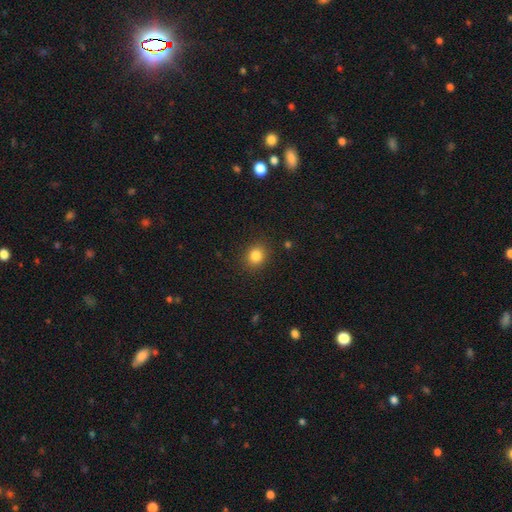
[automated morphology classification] This appears to be a smooth galaxy with no disk features (84%) that is round (74%). Merging: none (88%).